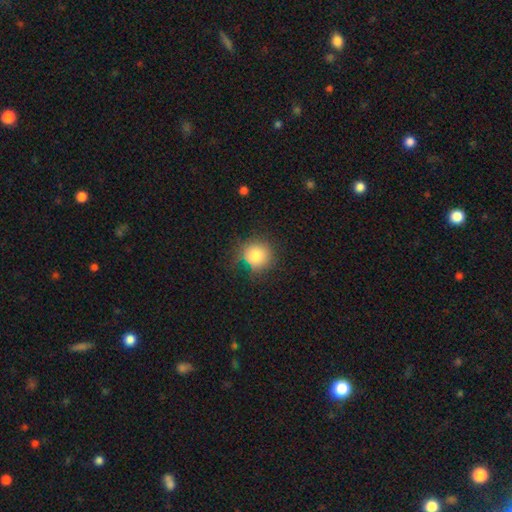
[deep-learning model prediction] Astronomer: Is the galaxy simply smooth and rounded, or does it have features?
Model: smooth — 80%.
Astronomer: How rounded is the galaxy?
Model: round — 91%.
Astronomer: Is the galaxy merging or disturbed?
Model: none — 74%.